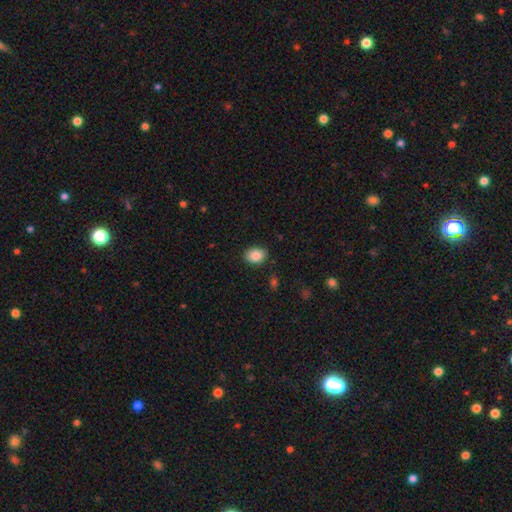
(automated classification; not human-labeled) Q: Smooth or featured?
A: smooth (86%); runner-up: star or artifact (8%)
Q: How rounded?
A: in between (69%); runner-up: round (30%)
Q: Merging?
A: none (86%); runner-up: minor disturbance (10%)